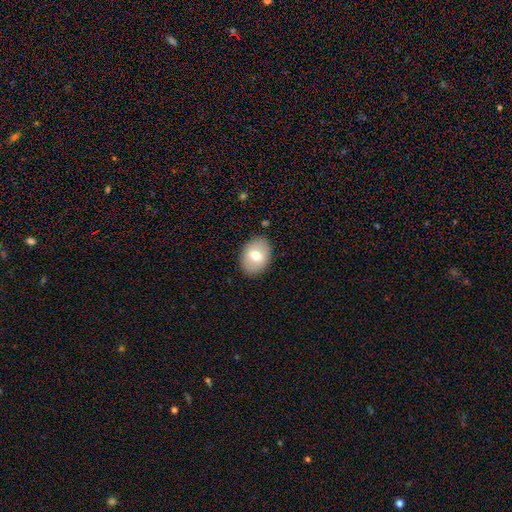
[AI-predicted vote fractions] Overall: smooth (70%). How rounded: in between (66%; round 33%). Merging: none (88%).